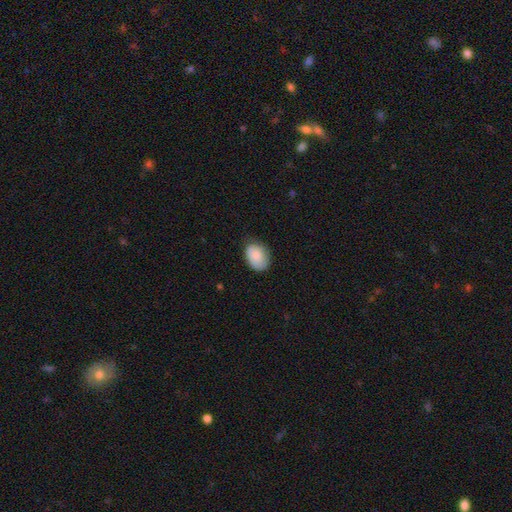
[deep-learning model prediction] Smooth or featured: smooth — 84% (featured or disk — 10%)
How rounded: in between — 76% (round — 23%)
Merging: none — 66% (minor disturbance — 28%)